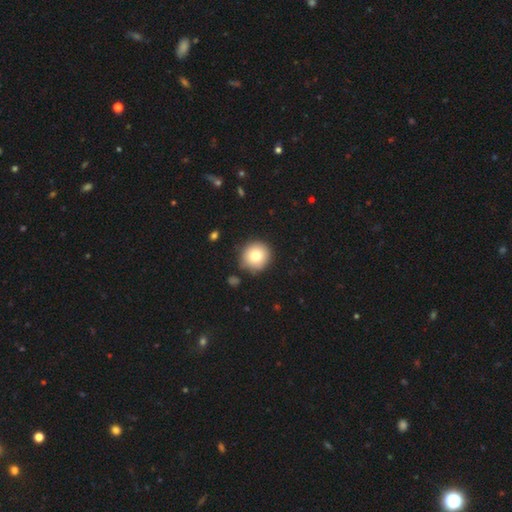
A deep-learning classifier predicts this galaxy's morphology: Smooth or featured: smooth — 79% (featured or disk — 12%)
How rounded: round — 93% (in between — 6%)
Merging: none — 87% (minor disturbance — 9%)